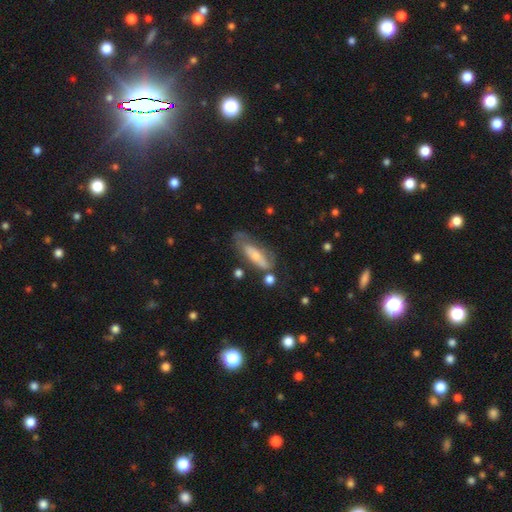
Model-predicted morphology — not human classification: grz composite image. It shows a smooth galaxy with no disk features (48%). Merging: none (40%).